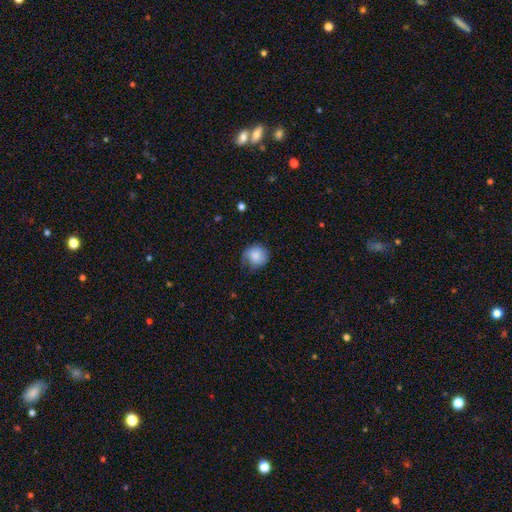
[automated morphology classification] A smooth galaxy with no disk features (78%) that is round (85%). Merging: none (59%).